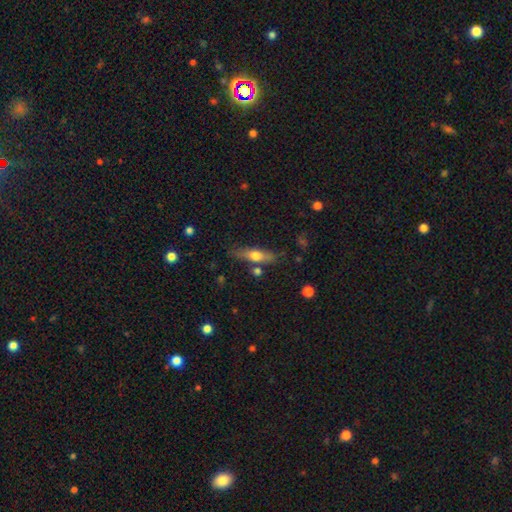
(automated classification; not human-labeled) Smooth or featured? Predicted: smooth (p=0.53). How rounded? Predicted: cigar-shaped (p=0.61). Merging? Predicted: none (p=0.75).